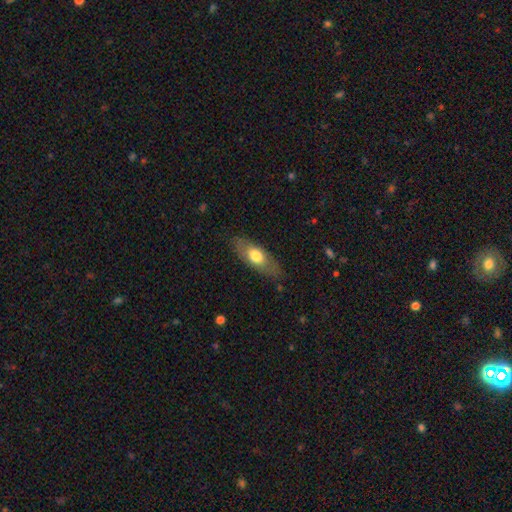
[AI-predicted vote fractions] A smooth galaxy with no disk features (63%) that is in between round and cigar-shaped (79%). Merging: none (80%).